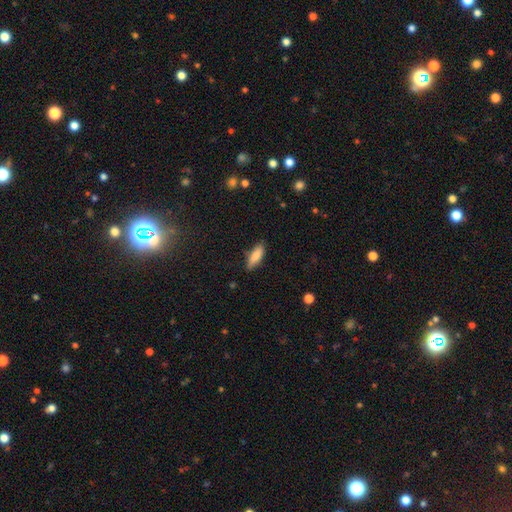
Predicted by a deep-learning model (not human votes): Smooth or featured? Predicted: smooth (p=0.83). How rounded? Predicted: in between (p=0.61). Merging? Predicted: none (p=0.81).